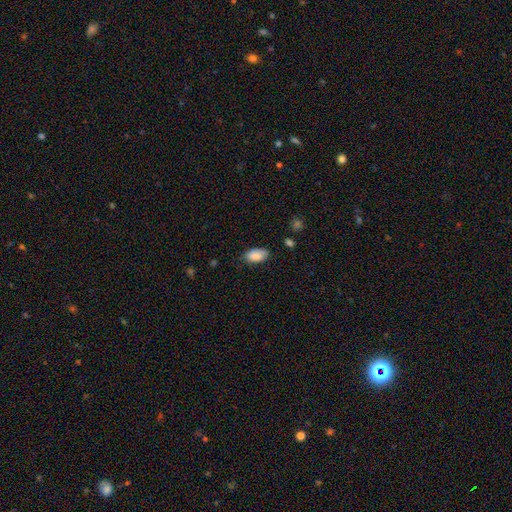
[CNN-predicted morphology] type=smooth (86%); roundness=in between (94%); merging=none (72%).